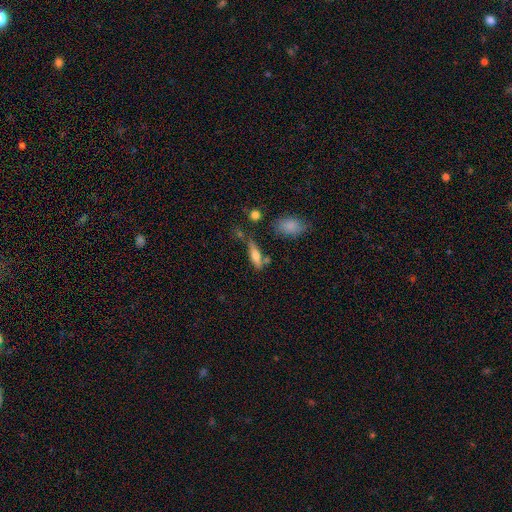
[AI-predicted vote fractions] smooth 61%, featured or disk 31%, star or artifact 8%. Down the decision tree: how rounded — cigar-shaped (52%); merging — none (53%).